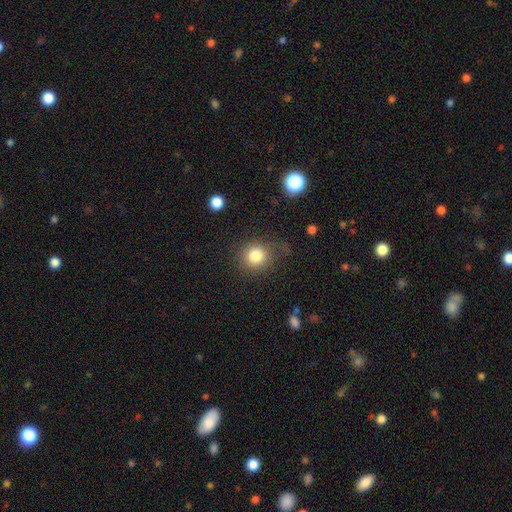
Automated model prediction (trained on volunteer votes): This is clearly a smooth galaxy (82%). How rounded: clearly round (85%). Merging: likely none (77%).